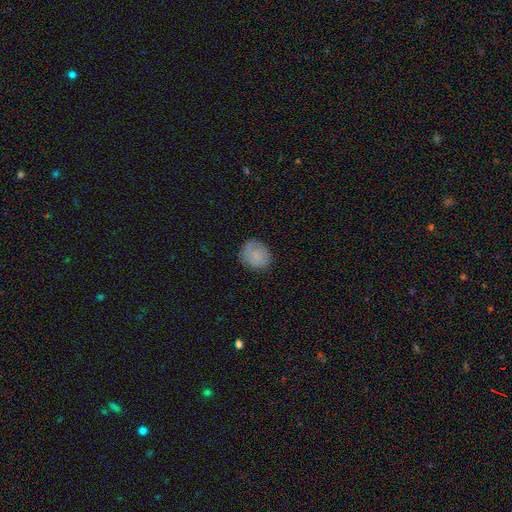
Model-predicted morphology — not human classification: Smooth or featured? smooth (72%)
How rounded? round (75%)
Merging? none (77%)